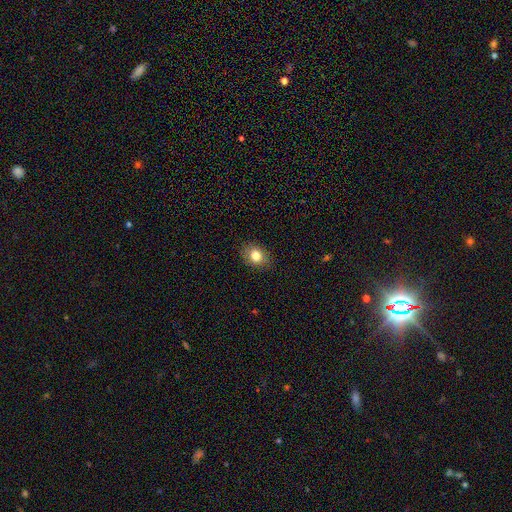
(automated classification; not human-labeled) Smooth or featured? smooth (80%)
How rounded? in between (57%)
Merging? none (86%)